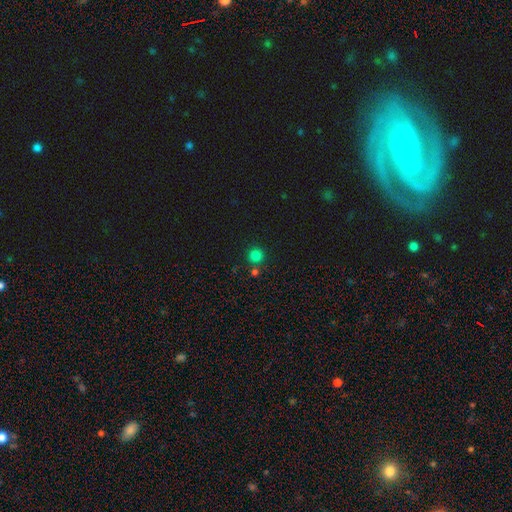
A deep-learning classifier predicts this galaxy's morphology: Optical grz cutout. It shows a smooth galaxy with no disk features (80%) that is round (94%). Merging: none (79%).